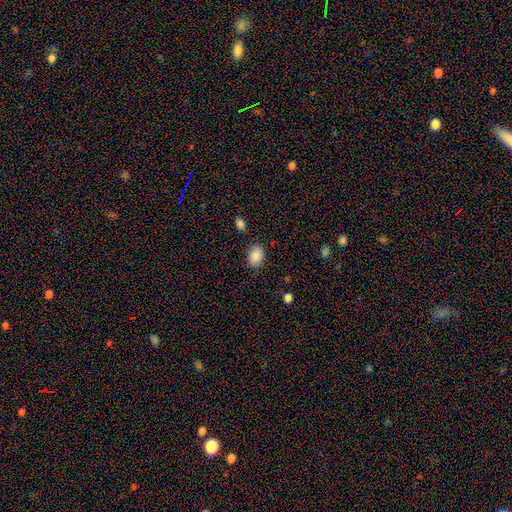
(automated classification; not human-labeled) A smooth galaxy with no disk features (88%) that is in between round and cigar-shaped (76%). Merging: none (82%).